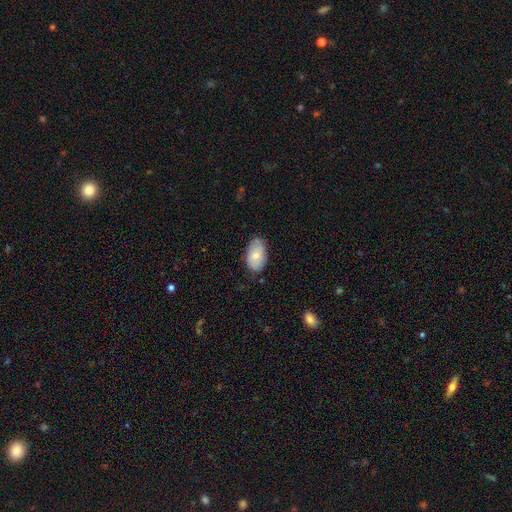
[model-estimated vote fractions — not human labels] Q: Smooth or featured?
A: smooth (77%); runner-up: featured or disk (17%)
Q: How rounded?
A: in between (92%); runner-up: round (6%)
Q: Merging?
A: none (71%); runner-up: minor disturbance (23%)